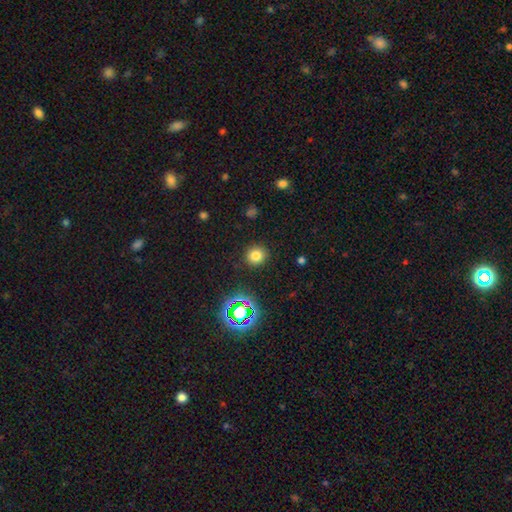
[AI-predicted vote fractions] Smooth or featured: smooth — 75% (star or artifact — 18%)
How rounded: round — 87% (in between — 12%)
Merging: none — 89% (minor disturbance — 7%)